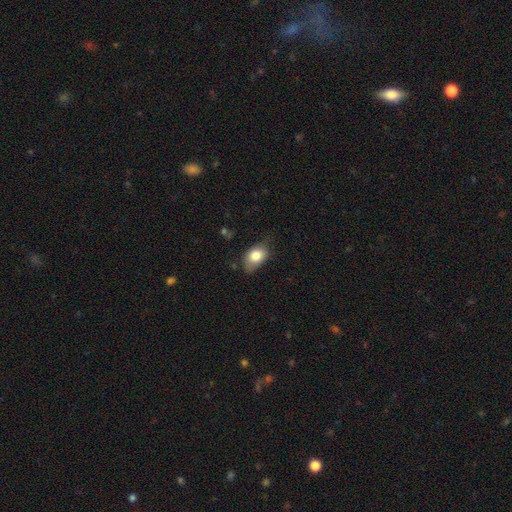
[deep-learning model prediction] Q: Smooth or featured?
A: smooth (80%); runner-up: featured or disk (12%)
Q: How rounded?
A: in between (85%); runner-up: round (13%)
Q: Merging?
A: none (60%); runner-up: minor disturbance (31%)